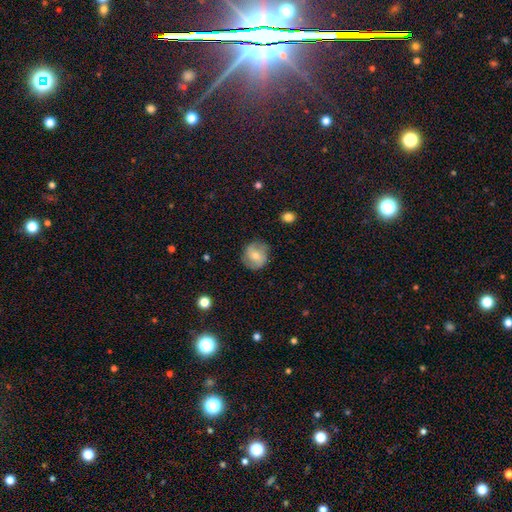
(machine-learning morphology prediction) Smooth or featured? Predicted: smooth (p=0.57). How rounded? Predicted: round (p=0.86). Merging? Predicted: none (p=0.78).